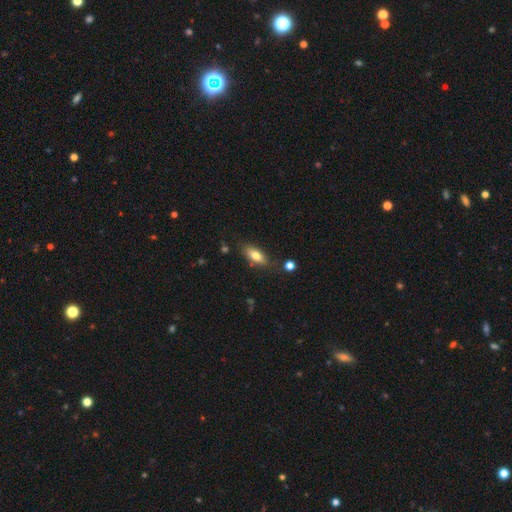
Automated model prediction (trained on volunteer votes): Morphology: type=smooth (75%); roundness=in between (76%); merging=none (78%).